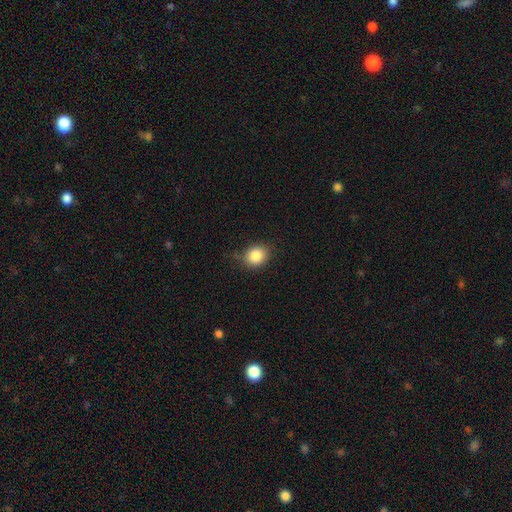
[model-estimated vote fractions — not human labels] Q: Smooth or featured?
A: smooth (84%); runner-up: star or artifact (10%)
Q: How rounded?
A: round (64%); runner-up: in between (35%)
Q: Merging?
A: none (75%); runner-up: minor disturbance (19%)